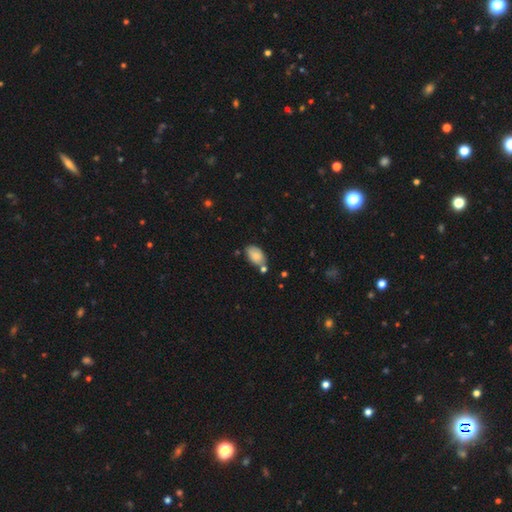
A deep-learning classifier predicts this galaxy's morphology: Smooth or featured? smooth (83%)
How rounded? in between (93%)
Merging? none (64%)